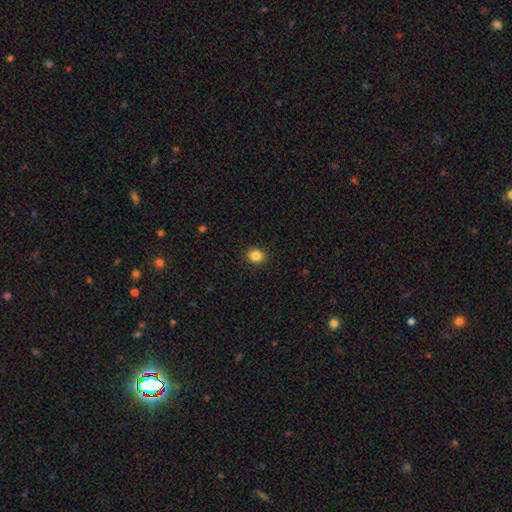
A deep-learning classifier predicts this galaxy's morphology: A smooth galaxy with no disk features (85%) that is round (69%).

Vote fractions:
- Smooth or featured? smooth: 85% / star or artifact: 11% / featured or disk: 4%
- How rounded? round: 69% / in between: 30% / cigar-shaped: 1%
- Merging? none: 91% / minor disturbance: 6% / major disturbance: 2% / merger: 1%